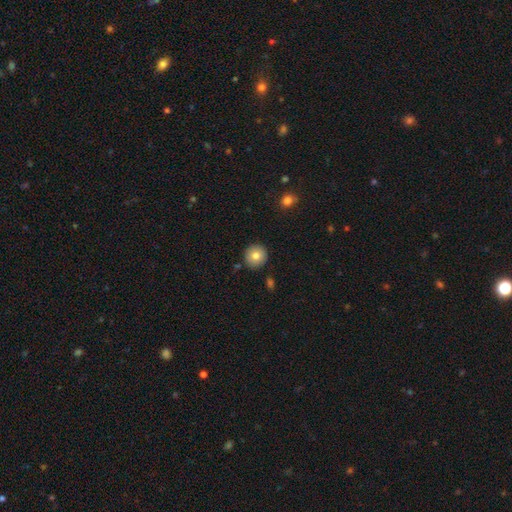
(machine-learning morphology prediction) smooth 80%, featured or disk 11%, star or artifact 9%. Down the decision tree: how rounded — round (93%); merging — none (90%).